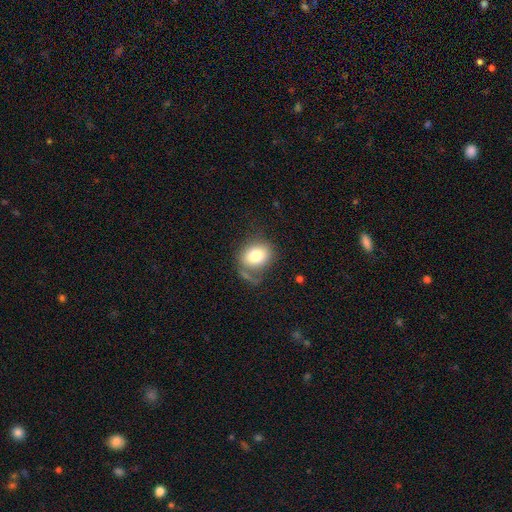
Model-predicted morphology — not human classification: Smooth or featured? smooth (78%)
How rounded? round (50%)
Merging? none (57%)